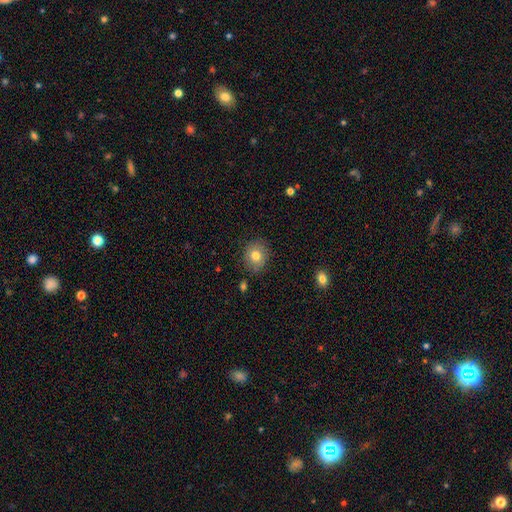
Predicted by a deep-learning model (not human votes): Smooth or featured?
  - smooth: 79% *
  - featured or disk: 11%
  - star or artifact: 10%
How rounded?
  - round: 73% *
  - in between: 26%
  - cigar-shaped: 1%
Merging?
  - none: 86% *
  - minor disturbance: 10%
  - major disturbance: 2%
  - merger: 2%